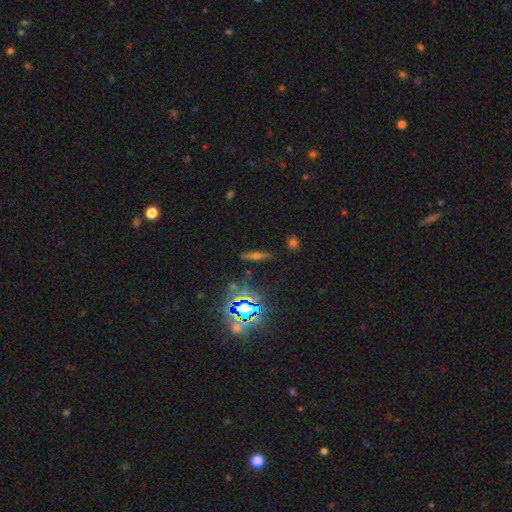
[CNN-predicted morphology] Smooth or featured: featured or disk — 36% (smooth — 33%)
Merging: none — 86% (minor disturbance — 9%)